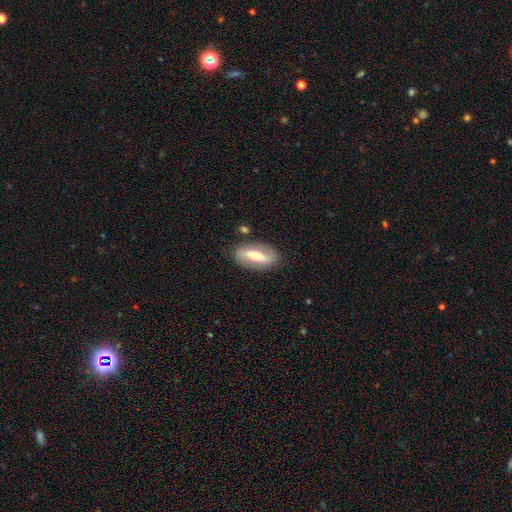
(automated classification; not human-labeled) Smooth or featured: featured or disk — 57% (smooth — 37%)
Edge-on disk: no — 76% (yes — 24%)
Merging: none — 83% (minor disturbance — 12%)